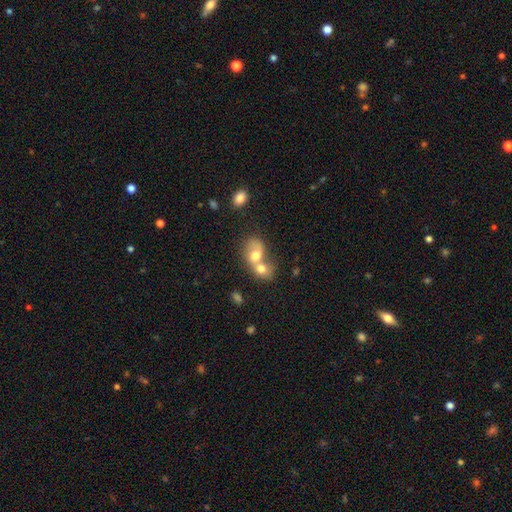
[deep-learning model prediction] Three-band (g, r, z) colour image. It shows a smooth galaxy with no disk features (62%) that is in between round and cigar-shaped (54%). Merging: merger (77%).